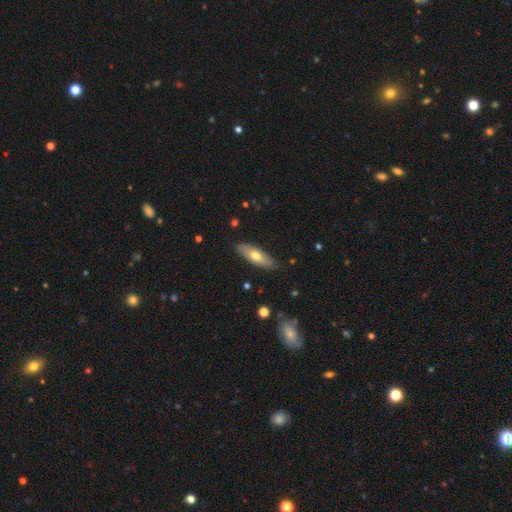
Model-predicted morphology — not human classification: smooth 60%, featured or disk 34%, star or artifact 6%. Down the decision tree: how rounded — in between (61%); merging — none (84%).